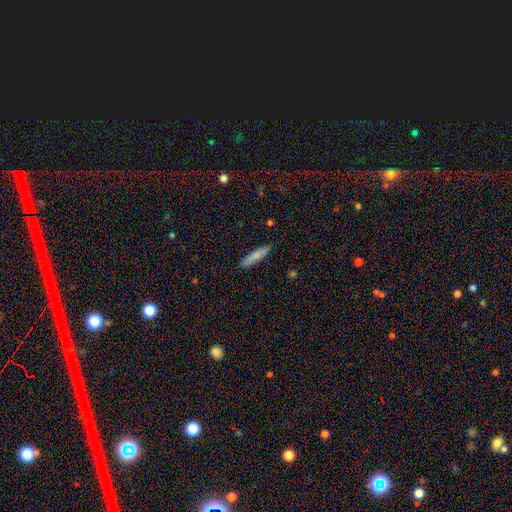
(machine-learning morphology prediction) A smooth galaxy with no disk features (80%) that is cigar-shaped (85%). Merging: none (89%).